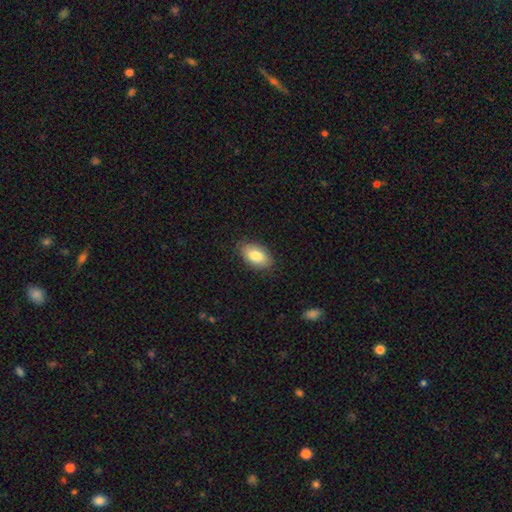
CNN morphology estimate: smooth 83%, featured or disk 11%, star or artifact 6%. Down the decision tree: how rounded — in between (93%); merging — none (85%).